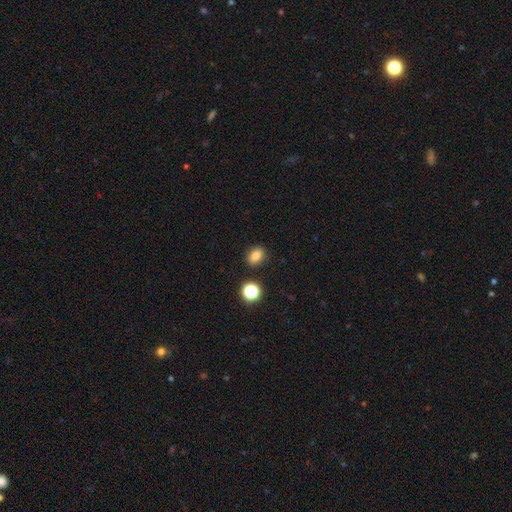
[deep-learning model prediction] A smooth galaxy with no disk features (81%) that is in between round and cigar-shaped (65%). Merging: none (87%).